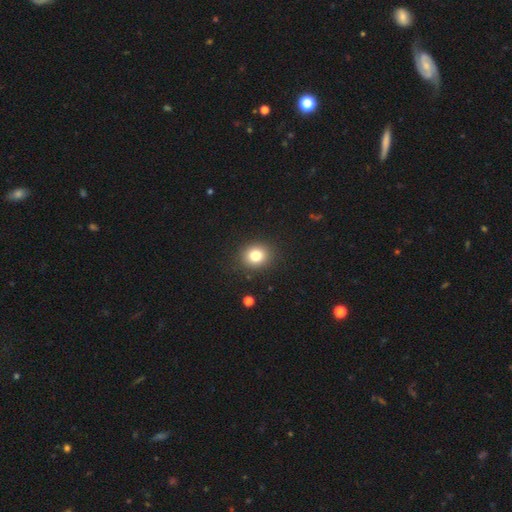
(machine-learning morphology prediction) This is likely a smooth galaxy (80%). How rounded: likely round (76%). Merging: clearly none (89%).